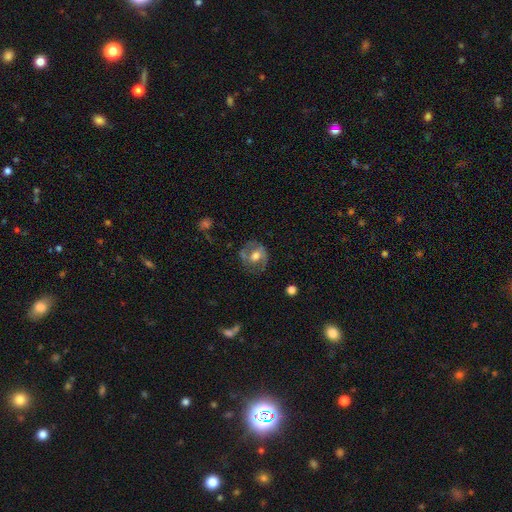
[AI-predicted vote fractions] A featured or disk galaxy (59%) with no bar (50%), spiral arms (60%) and a moderate central bulge (66%).

Vote fractions:
- Smooth or featured? featured or disk: 59% / smooth: 34% / star or artifact: 7%
- Edge-on disk? no: 96% / yes: 4%
- Bar? no: 50% / weak: 35% / strong: 16%
- Spiral arms? yes: 60% / no: 40%
- Bulge size? moderate: 66% / large: 20% / small: 11% / none: 2% / dominant: 1%
- Merging? none: 64% / minor disturbance: 21% / major disturbance: 13% / merger: 2%